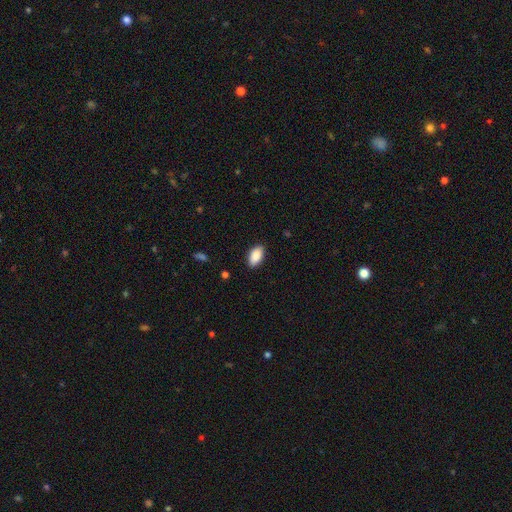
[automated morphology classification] Smooth or featured? smooth (89%)
How rounded? in between (93%)
Merging? none (87%)